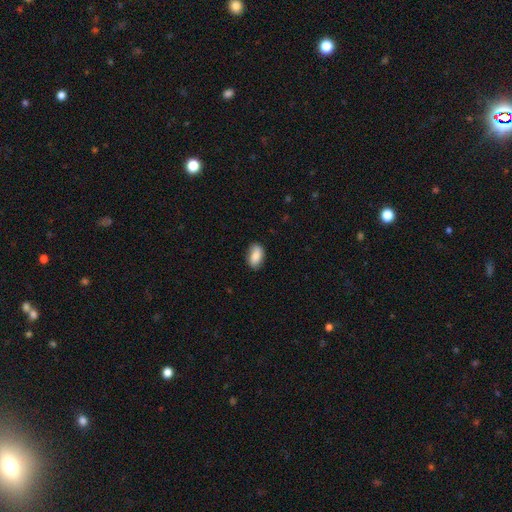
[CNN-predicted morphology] smooth-or-featured: smooth: 83% | featured or disk: 10% | star or artifact: 7%
  how-rounded: in between: 91% | round: 6% | cigar-shaped: 2%
  merging: none: 80% | minor disturbance: 16% | major disturbance: 3% | merger: 1%